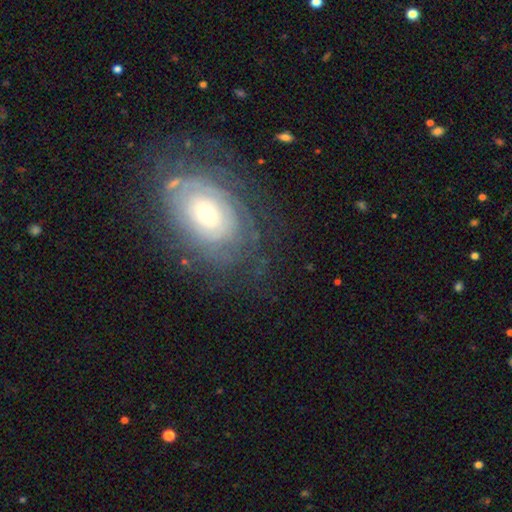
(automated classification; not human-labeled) Smooth or featured? Predicted: featured or disk (p=0.65). Edge-on disk? Predicted: no (p=0.94). Bar? Predicted: no (p=0.78). Spiral arms? Predicted: yes (p=0.74). Bulge size? Predicted: moderate (p=0.52). Merging? Predicted: none (p=0.77).